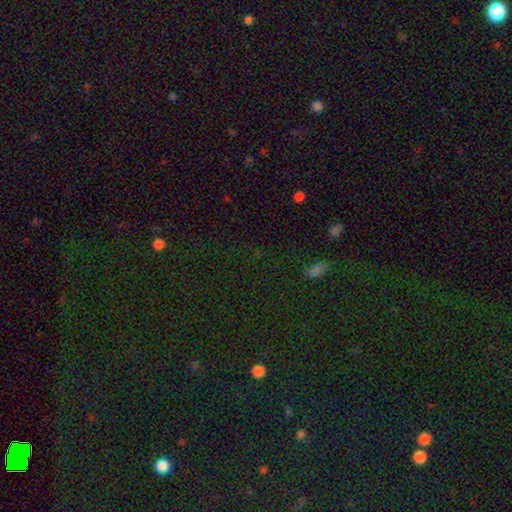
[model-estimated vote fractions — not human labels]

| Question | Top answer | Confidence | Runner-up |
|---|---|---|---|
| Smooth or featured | star or artifact | 67% | smooth (24%) |